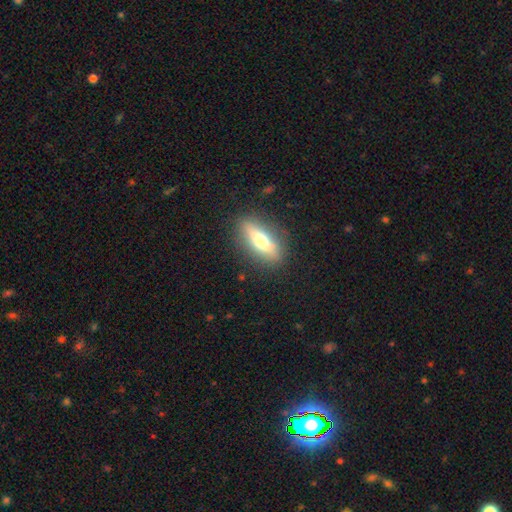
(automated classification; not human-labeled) smooth-or-featured: smooth: 49% | featured or disk: 43% | star or artifact: 8%
  merging: none: 87% | minor disturbance: 9% | major disturbance: 3% | merger: 1%